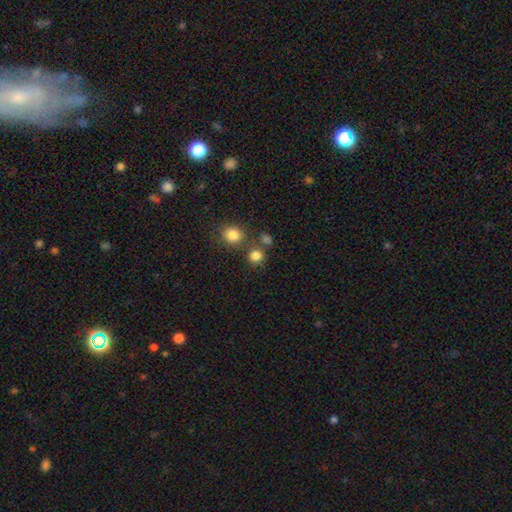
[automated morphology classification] smooth_or_featured: smooth (p=0.81) [alt: star or artifact p=0.14]
how_rounded: round (p=0.85) [alt: in between p=0.14]
merging: none (p=0.67) [alt: merger p=0.20]